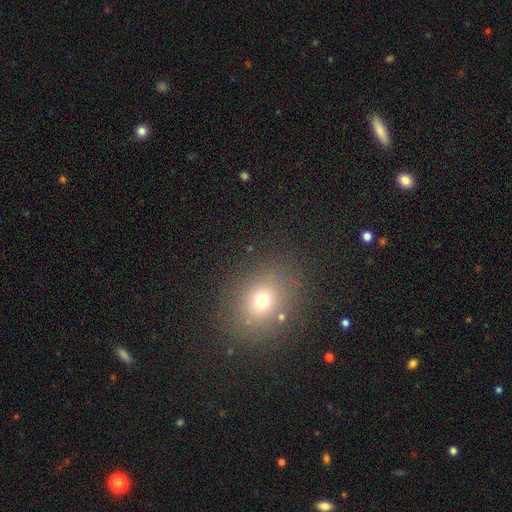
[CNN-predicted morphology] Smooth or featured? smooth (63%)
How rounded? round (57%)
Merging? none (89%)